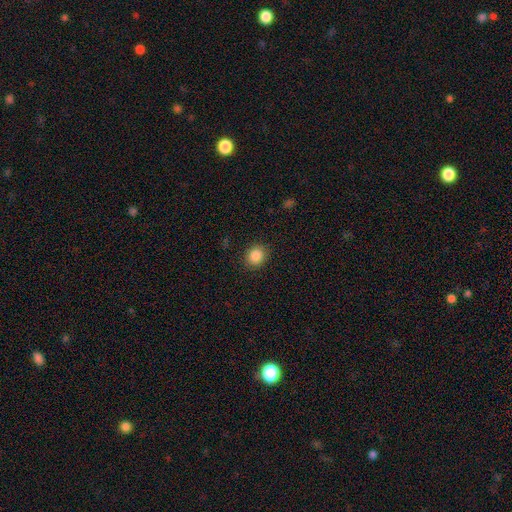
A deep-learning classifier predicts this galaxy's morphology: The model was most divided on "how rounded": round: 77%, in between: 22%, cigar-shaped: 1%. More confident: merging — none (89%); smooth or featured — smooth (86%).